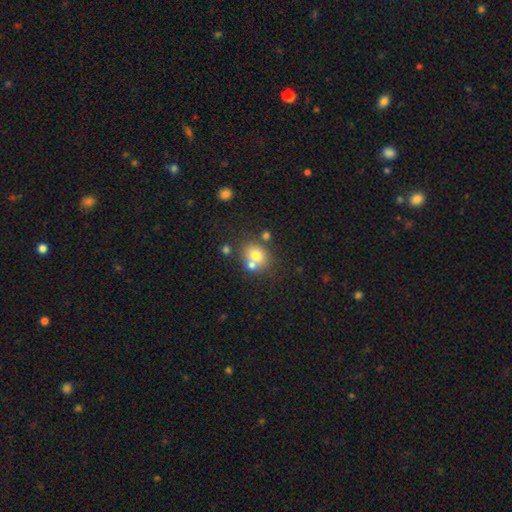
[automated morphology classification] Q: Smooth or featured?
A: smooth (71%); runner-up: featured or disk (17%)
Q: How rounded?
A: round (70%); runner-up: in between (29%)
Q: Merging?
A: none (54%); runner-up: merger (31%)